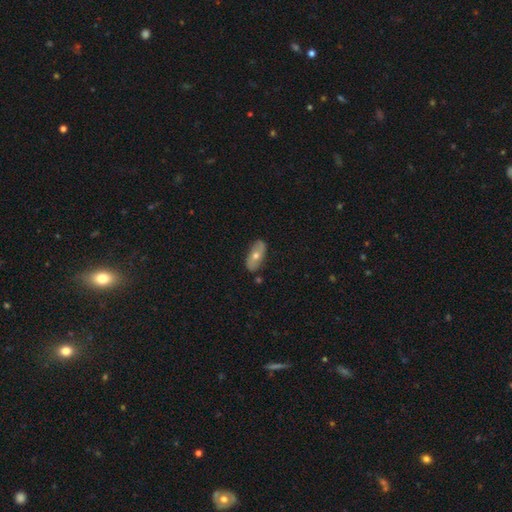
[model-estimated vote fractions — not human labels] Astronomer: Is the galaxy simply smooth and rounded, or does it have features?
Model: smooth — 47% (runner-up: featured or disk, 45%).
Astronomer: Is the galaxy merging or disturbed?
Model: none — 83%.